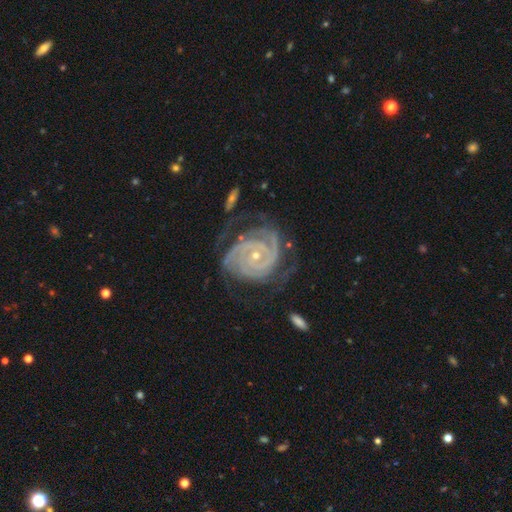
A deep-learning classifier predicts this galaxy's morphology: A featured or disk galaxy (91%) with no bar (66%), 2 (41%) tight (80%) spiral arms (98%) and a small central bulge (71%).

Vote fractions:
- Smooth or featured? featured or disk: 91% / star or artifact: 5% / smooth: 3%
- Edge-on disk? no: 97% / yes: 3%
- Bar? no: 66% / weak: 23% / strong: 11%
- Spiral arms? yes: 98% / no: 2%
- Spiral winding? tight: 80% / medium: 18% / loose: 3%
- Spiral arm count? 2: 41% / 3: 26% / can't tell: 12% / 4: 10% / more than 4: 5% / 1: 5%
- Bulge size? small: 71% / moderate: 26% / none: 1% / large: 1% / dominant: 1%
- Merging? none: 62% / minor disturbance: 22% / major disturbance: 12% / merger: 4%